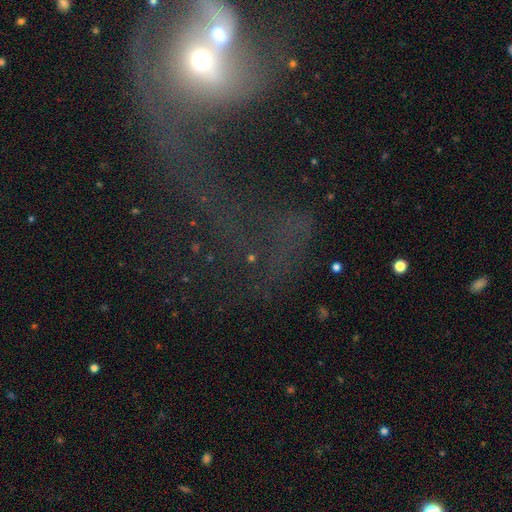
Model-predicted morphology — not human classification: Smooth or featured? Predicted: featured or disk (p=0.52). Edge-on disk? Predicted: no (p=0.93). Merging? Predicted: merger (p=0.53).